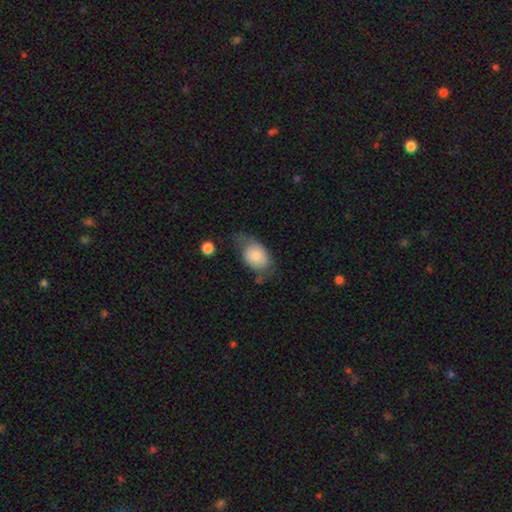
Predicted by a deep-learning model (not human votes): Overall: smooth (74%). How rounded: in between (77%). Merging: none (42%; minor disturbance 34%).